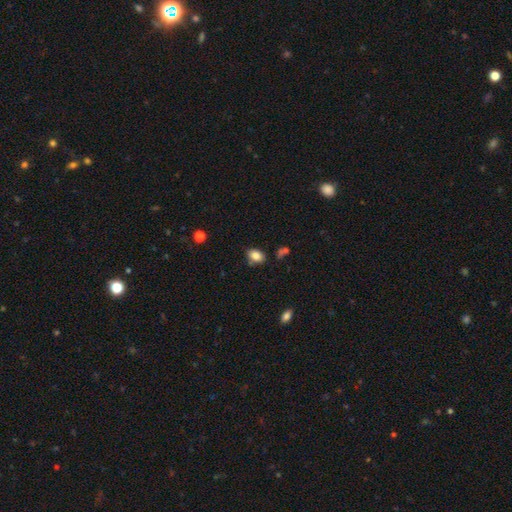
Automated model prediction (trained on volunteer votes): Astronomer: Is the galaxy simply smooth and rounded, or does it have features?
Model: smooth — 84%.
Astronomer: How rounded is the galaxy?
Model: in between — 81%.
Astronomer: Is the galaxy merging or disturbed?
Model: none — 75%.